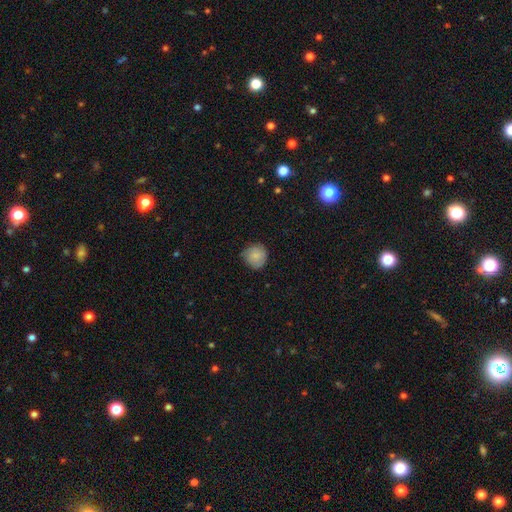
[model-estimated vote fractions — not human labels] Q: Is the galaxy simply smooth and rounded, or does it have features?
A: smooth — 85%.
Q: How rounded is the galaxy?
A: round — 93%.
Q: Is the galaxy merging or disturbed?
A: none — 79%.